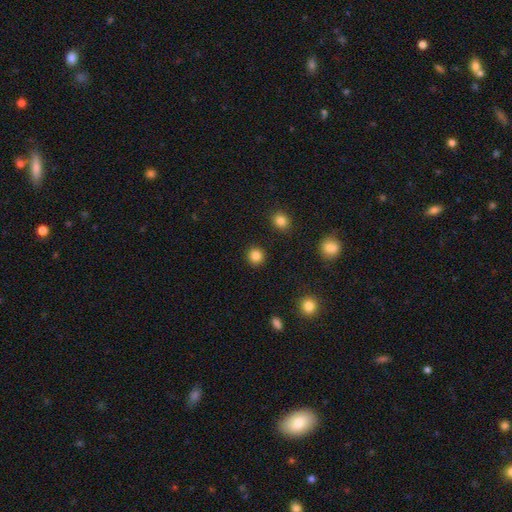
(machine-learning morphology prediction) Q: Smooth or featured?
A: smooth (85%); runner-up: star or artifact (11%)
Q: How rounded?
A: round (93%); runner-up: in between (6%)
Q: Merging?
A: none (92%); runner-up: minor disturbance (4%)